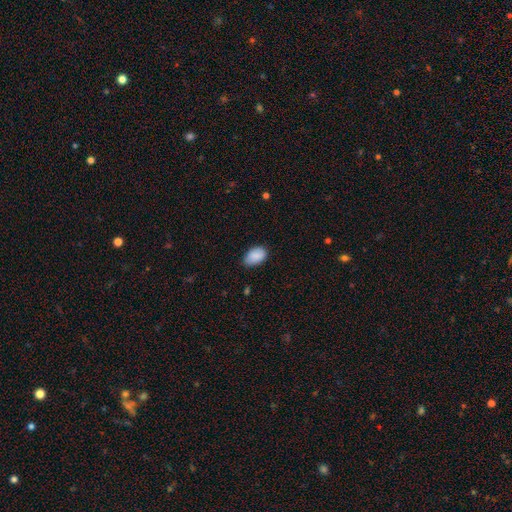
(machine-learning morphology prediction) smooth 88%, star or artifact 7%, featured or disk 5%. Down the decision tree: how rounded — in between (90%); merging — none (73%).